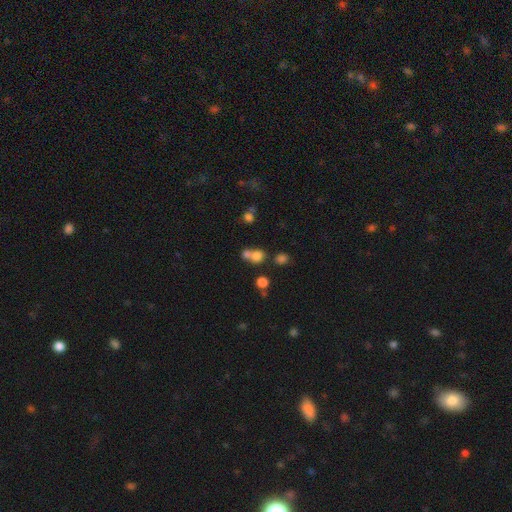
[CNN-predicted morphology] A smooth galaxy with no disk features (71%) that is round (80%). Merging: none (46%).